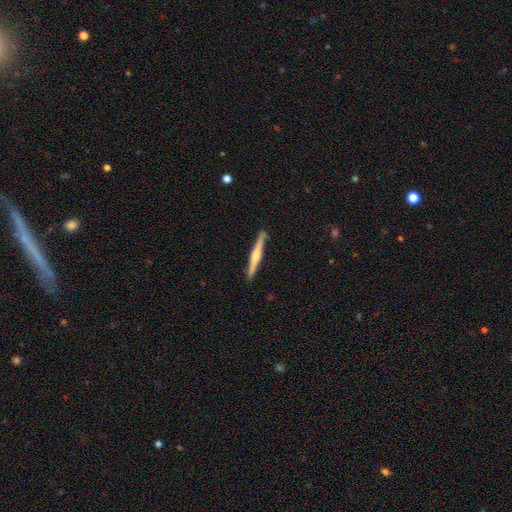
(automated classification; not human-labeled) Morphology: type=featured or disk (59%); edge-on=yes (98%); edge-on bulge=rounded (74%); merging=none (88%).